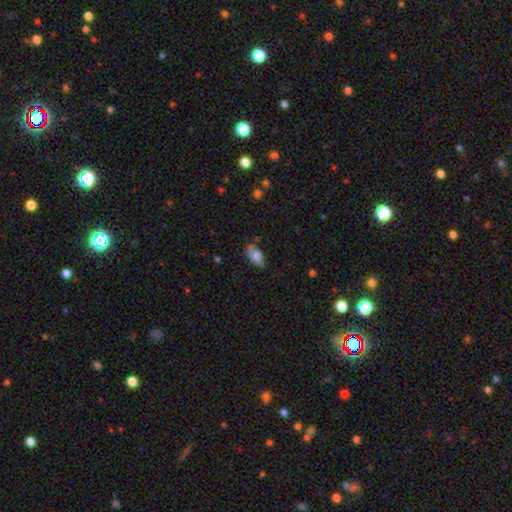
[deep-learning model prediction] Overall: smooth (71%). How rounded: in between (90%). Merging: none (50%; minor disturbance 32%).